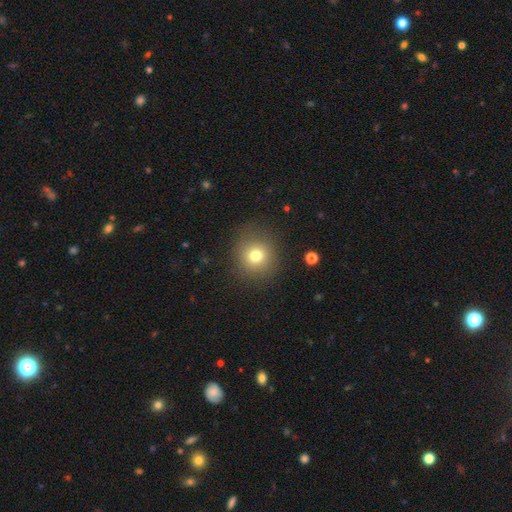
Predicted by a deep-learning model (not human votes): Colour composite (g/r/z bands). It shows a smooth galaxy with no disk features (75%) that is round (90%). Merging: none (86%).